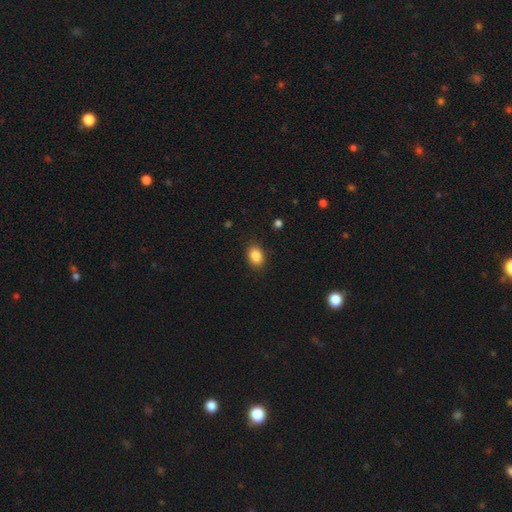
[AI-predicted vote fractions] Smooth or featured? smooth (86%)
How rounded? in between (76%)
Merging? none (88%)